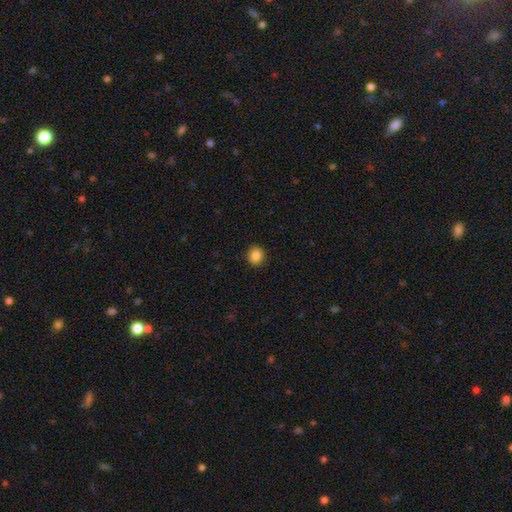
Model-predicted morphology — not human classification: A smooth galaxy with no disk features (86%) that is round (81%).

Vote fractions:
- Smooth or featured? smooth: 86% / star or artifact: 10% / featured or disk: 4%
- How rounded? round: 81% / in between: 18% / cigar-shaped: 1%
- Merging? none: 91% / minor disturbance: 6% / major disturbance: 2% / merger: 1%